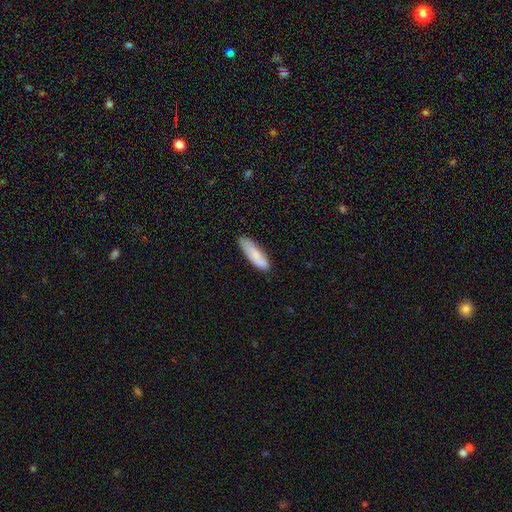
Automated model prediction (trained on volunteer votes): smooth_or_featured: smooth (p=0.78) [alt: featured or disk p=0.16]
how_rounded: cigar-shaped (p=0.53) [alt: in between p=0.45]
merging: none (p=0.72) [alt: minor disturbance p=0.21]